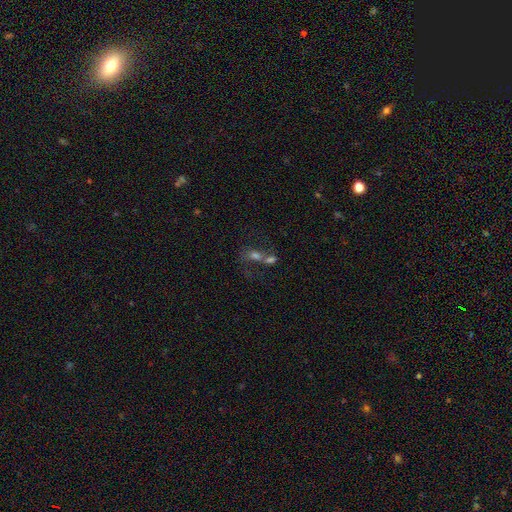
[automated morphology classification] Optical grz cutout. It shows a smooth galaxy with no disk features (44%). Merging: merger (59%).